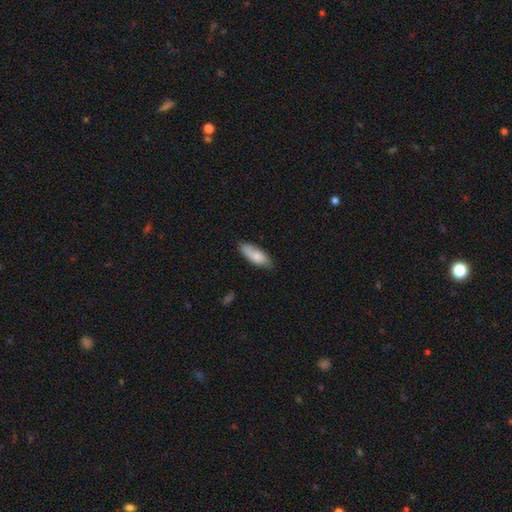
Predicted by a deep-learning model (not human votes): The model was most divided on "how rounded": in between: 72%, cigar-shaped: 26%, round: 2%. More confident: smooth or featured — smooth (79%); merging — none (76%).